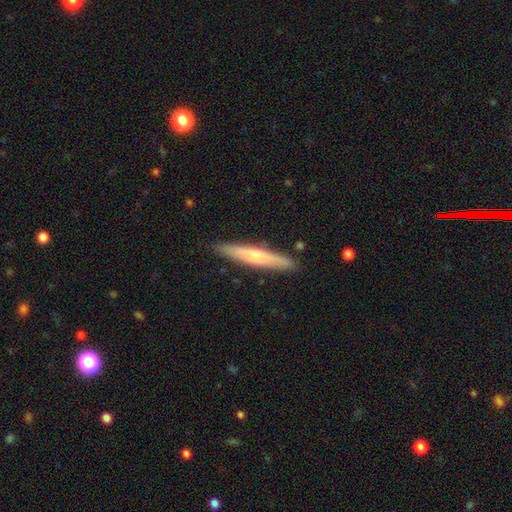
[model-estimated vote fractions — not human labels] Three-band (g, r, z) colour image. It shows a smooth galaxy with no disk features (56%) that is cigar-shaped (93%). Merging: none (88%).